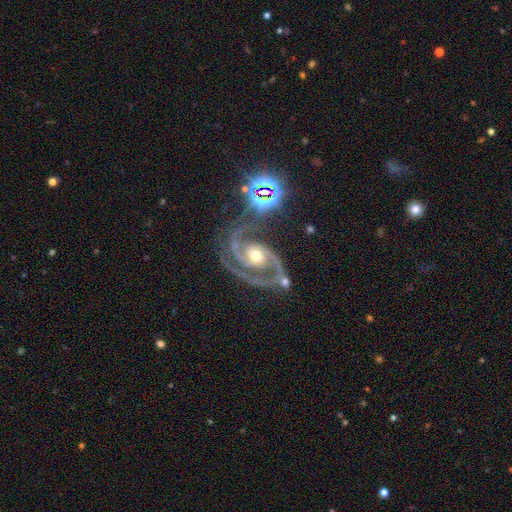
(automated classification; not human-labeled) smooth-or-featured: featured or disk: 91% | star or artifact: 6% | smooth: 3%
  disk-edge-on: no: 98% | yes: 2%
    bar: no: 63% | weak: 25% | strong: 12%
    has-spiral-arms: yes: 98% | no: 2%
      spiral-winding: medium: 54% | tight: 37% | loose: 9%
      spiral-arm-count: 2: 77% | 3: 11% | can't tell: 4% | 1: 3% | 4: 2% | more than 4: 2%
    bulge-size: moderate: 69% | small: 24% | large: 5% | none: 1% | dominant: 1%
  merging: none: 61% | minor disturbance: 20% | major disturbance: 13% | merger: 6%